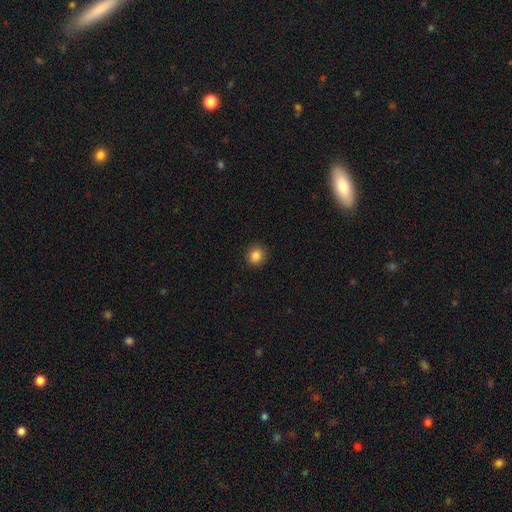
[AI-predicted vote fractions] This appears to be a smooth galaxy with no disk features (85%) that is round (87%). Merging: none (91%).